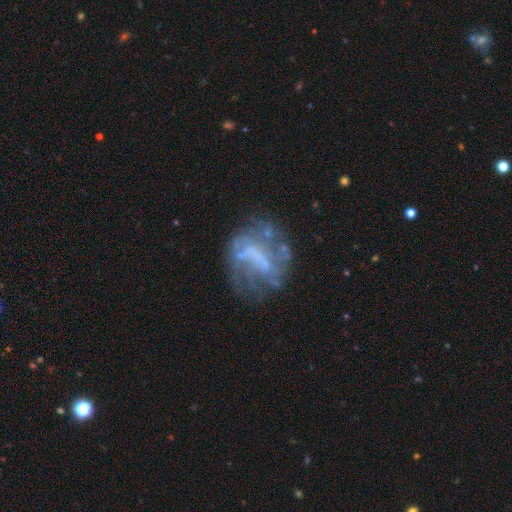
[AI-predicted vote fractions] A featured or disk galaxy (70%) with no bar (40%), spiral arms (50%, tied with no) and no central bulge (62%).

Vote fractions:
- Smooth or featured? featured or disk: 70% / smooth: 18% / star or artifact: 12%
- Edge-on disk? no: 97% / yes: 3%
- Bar? no: 40% / weak: 34% / strong: 25%
- Spiral arms? yes: 50% (tied) / no: 50% (tied)
- Bulge size? none: 62% / small: 20% / moderate: 13% / large: 4% / dominant: 1%
- Merging? none: 52% / major disturbance: 24% / minor disturbance: 19% / merger: 5%